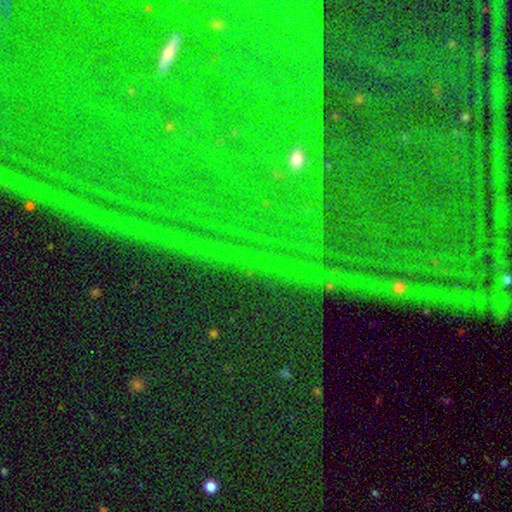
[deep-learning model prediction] star or artifact 86%, featured or disk 7%, smooth 6%.